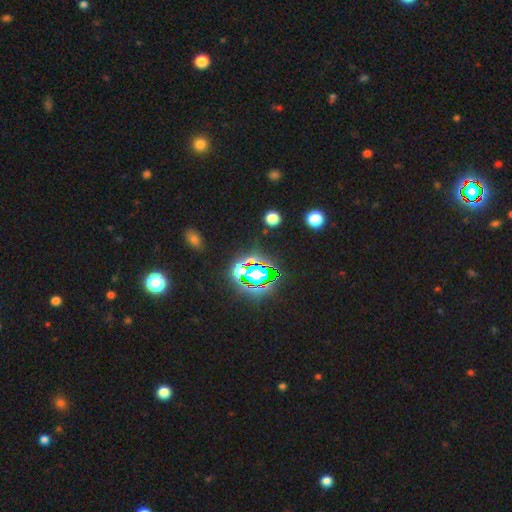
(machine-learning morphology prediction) smooth_or_featured: star or artifact (p=0.80) [alt: smooth p=0.13]